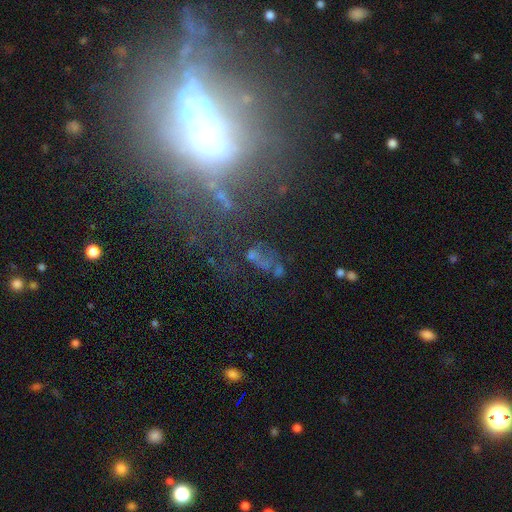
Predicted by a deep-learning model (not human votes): Smooth or featured? Predicted: star or artifact (p=0.37).